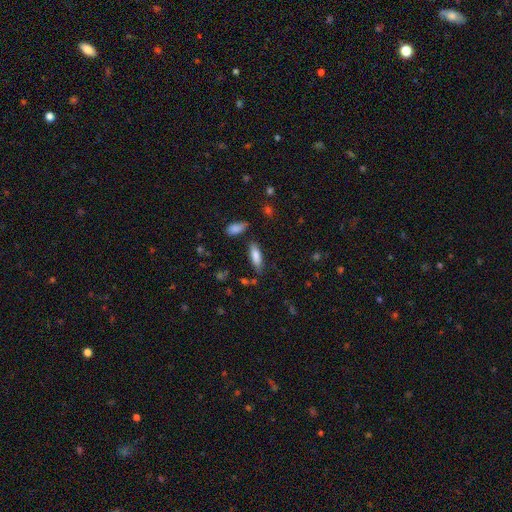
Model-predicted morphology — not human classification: A smooth galaxy with no disk features (82%) that is in between round and cigar-shaped (57%). Merging: none (76%).